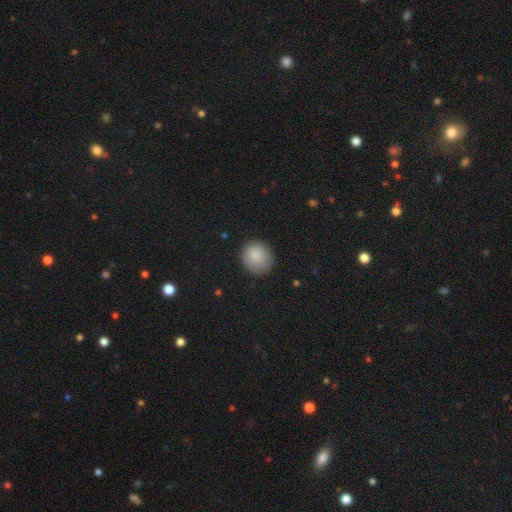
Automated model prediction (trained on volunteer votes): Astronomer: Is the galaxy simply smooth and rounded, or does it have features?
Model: smooth — 87%.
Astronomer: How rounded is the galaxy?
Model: round — 79%.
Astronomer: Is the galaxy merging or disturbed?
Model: none — 84%.